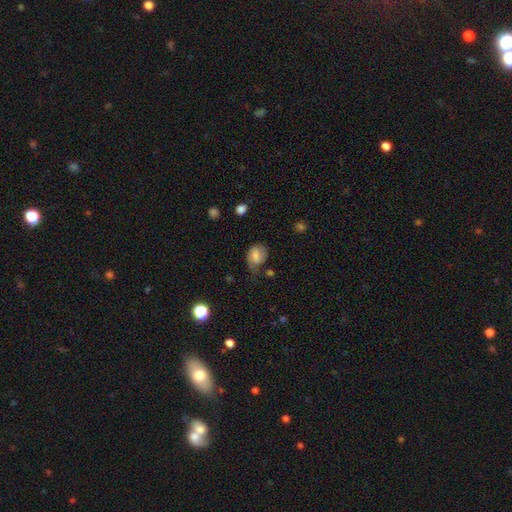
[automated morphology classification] A smooth galaxy with no disk features (65%) that is in between round and cigar-shaped (67%). Merging: none (45%).